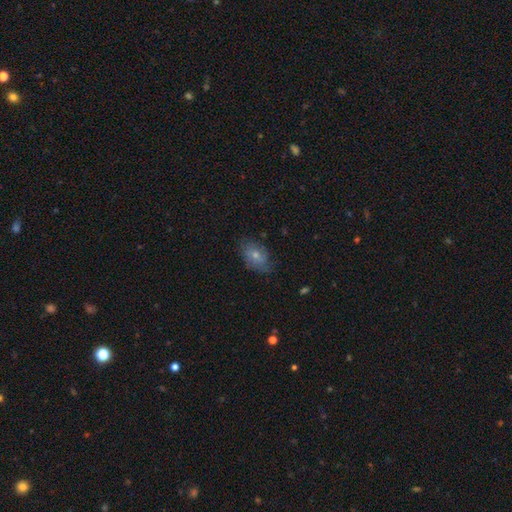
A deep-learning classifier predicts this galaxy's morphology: Smooth or featured: smooth — 65% (featured or disk — 27%)
How rounded: in between — 85% (round — 13%)
Merging: none — 65% (minor disturbance — 27%)